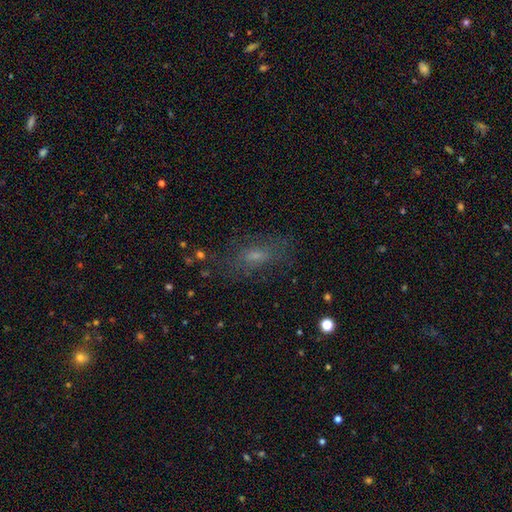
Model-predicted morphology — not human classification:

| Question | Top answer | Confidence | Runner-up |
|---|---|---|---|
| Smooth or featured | smooth | 50% | featured or disk (31%) |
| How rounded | in between | 71% | cigar-shaped (21%) |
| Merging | none | 70% | minor disturbance (17%) |